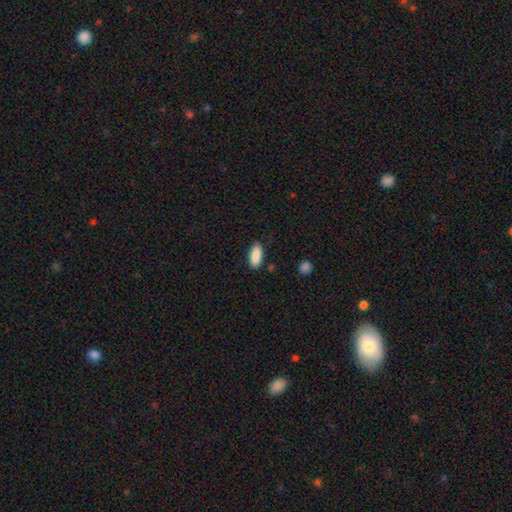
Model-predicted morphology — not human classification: Smooth or featured? smooth (90%)
How rounded? in between (85%)
Merging? none (85%)